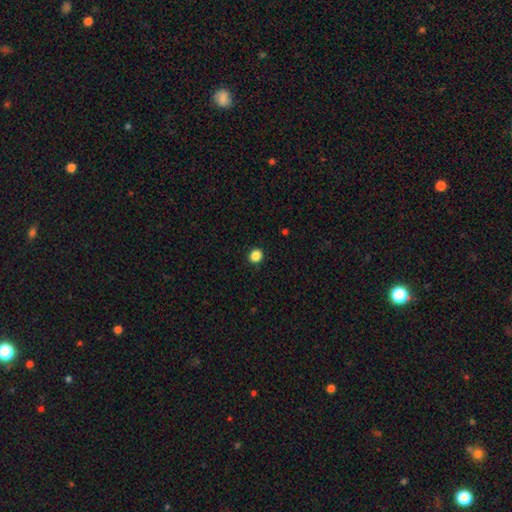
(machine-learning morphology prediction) Overall: smooth (87%). How rounded: round (82%). Merging: none (92%).